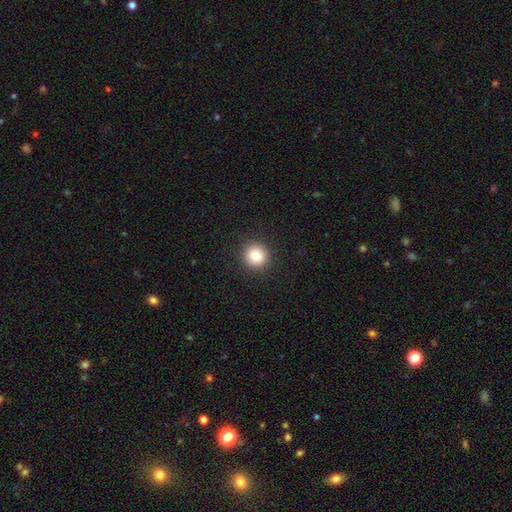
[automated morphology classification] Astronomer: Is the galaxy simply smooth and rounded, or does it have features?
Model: smooth — 82%.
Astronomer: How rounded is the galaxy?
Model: round — 93%.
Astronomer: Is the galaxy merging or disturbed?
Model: none — 92%.